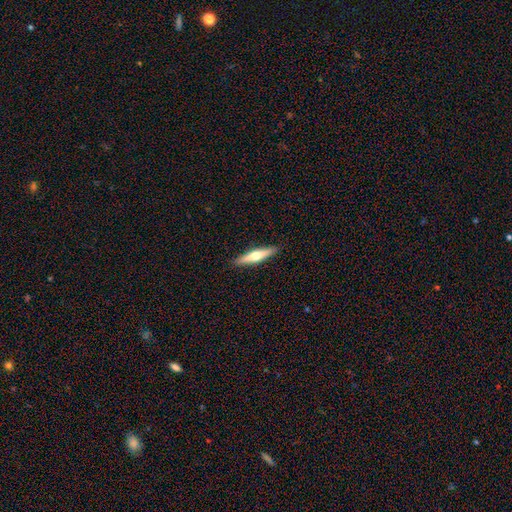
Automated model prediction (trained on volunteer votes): This appears to be a featured or disk galaxy (53%) viewed edge-on (95%) with a rounded central bulge (92%). Merging: none (91%).